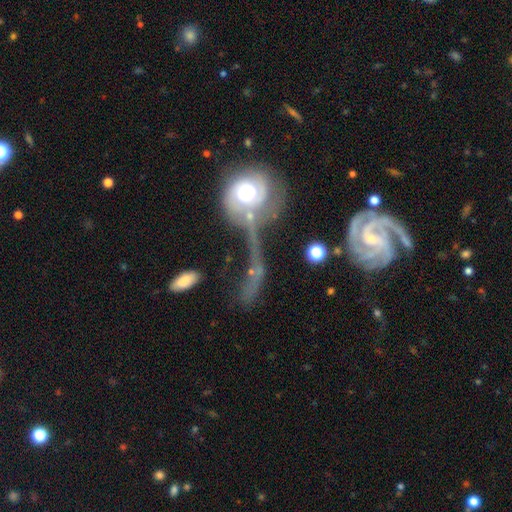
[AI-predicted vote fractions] Q: Smooth or featured?
A: featured or disk (52%); runner-up: smooth (29%)
Q: Edge-on disk?
A: no (84%); runner-up: yes (16%)
Q: Merging?
A: none (38%); runner-up: merger (27%)